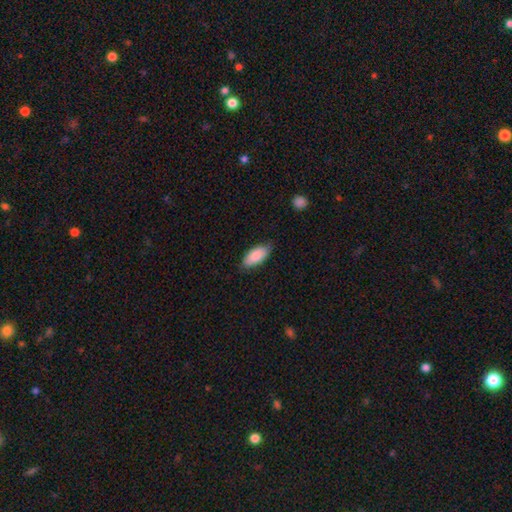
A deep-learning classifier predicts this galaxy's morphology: smooth 87%, featured or disk 8%, star or artifact 6%. Down the decision tree: how rounded — in between (89%); merging — none (76%).